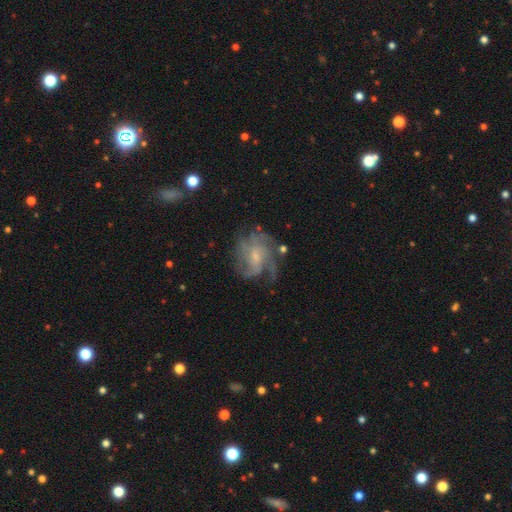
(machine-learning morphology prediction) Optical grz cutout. It shows a featured or disk galaxy (81%) with no bar (55%), medium (44%) spiral arms (93%) and a small central bulge (60%). Merging: none (60%).